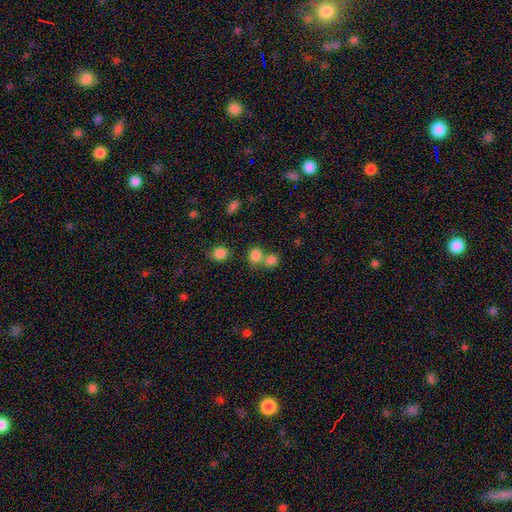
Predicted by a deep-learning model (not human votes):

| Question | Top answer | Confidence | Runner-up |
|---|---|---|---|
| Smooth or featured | smooth | 80% | star or artifact (13%) |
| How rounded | round | 76% | in between (23%) |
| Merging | none | 48% | merger (41%) |